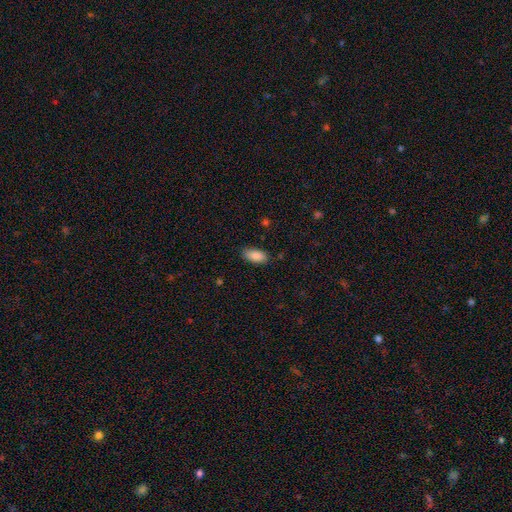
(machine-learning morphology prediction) Smooth or featured? smooth (89%)
How rounded? in between (90%)
Merging? none (84%)